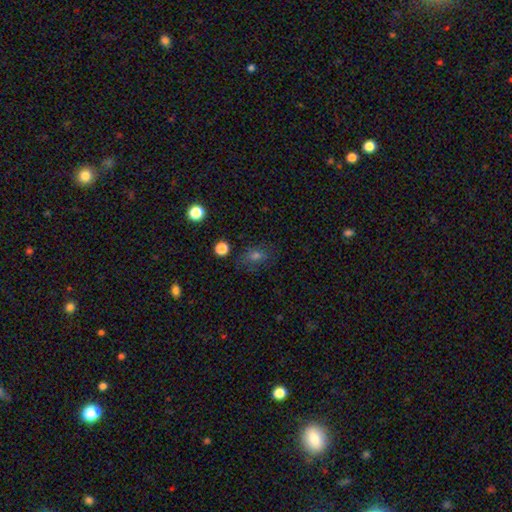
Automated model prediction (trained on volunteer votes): smooth-or-featured: smooth: 63% | star or artifact: 23% | featured or disk: 14%
  how-rounded: in between: 59% | round: 39% | cigar-shaped: 2%
  merging: none: 74% | minor disturbance: 16% | major disturbance: 7% | merger: 3%